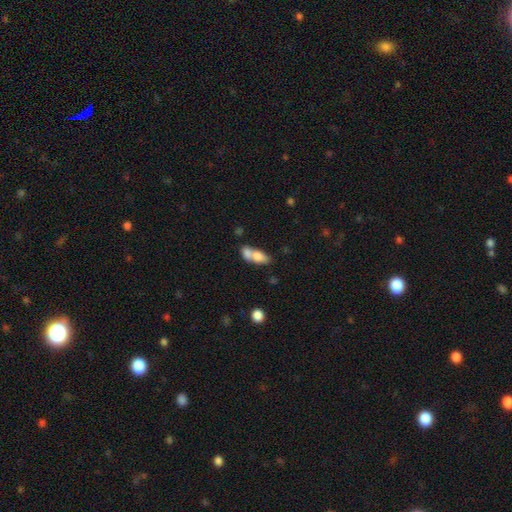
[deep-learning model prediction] Smooth or featured?
  - smooth: 72% *
  - featured or disk: 20%
  - star or artifact: 8%
How rounded?
  - in between: 78% *
  - round: 11%
  - cigar-shaped: 11%
Merging?
  - merger: 66% *
  - none: 21%
  - minor disturbance: 8%
  - major disturbance: 5%